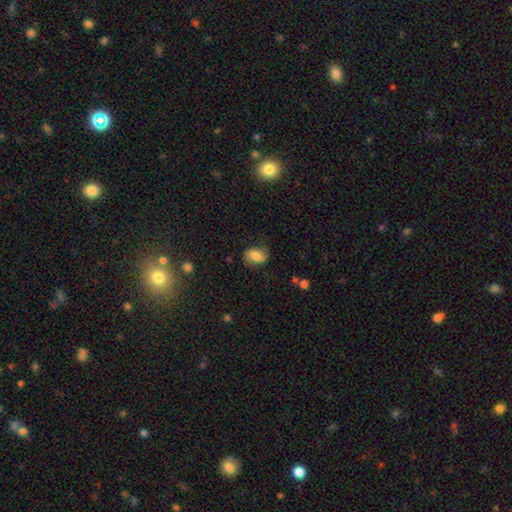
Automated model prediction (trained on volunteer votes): Smooth or featured? Predicted: smooth (p=0.58). How rounded? Predicted: in between (p=0.78). Merging? Predicted: none (p=0.68).